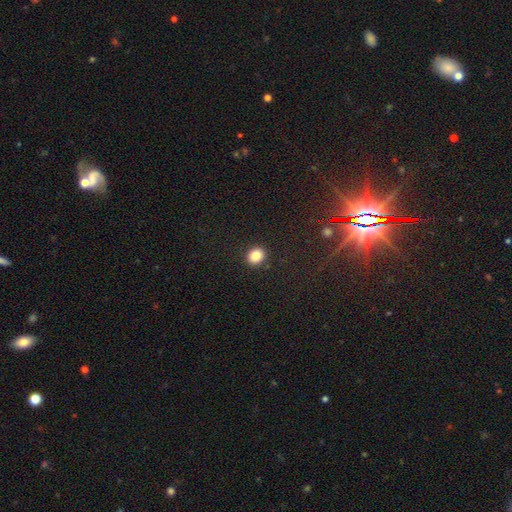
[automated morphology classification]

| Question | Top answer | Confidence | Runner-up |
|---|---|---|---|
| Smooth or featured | smooth | 84% | star or artifact (11%) |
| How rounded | round | 70% | in between (29%) |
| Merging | none | 91% | minor disturbance (6%) |